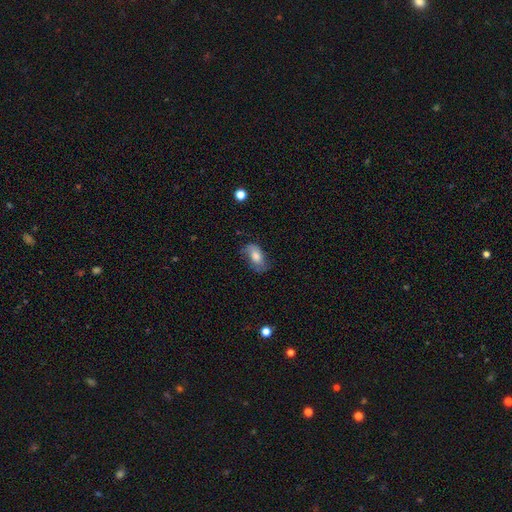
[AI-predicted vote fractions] The model was most divided on "smooth or featured": smooth: 54%, featured or disk: 37%, star or artifact: 9%. More confident: how rounded — in between (88%); merging — none (60%).